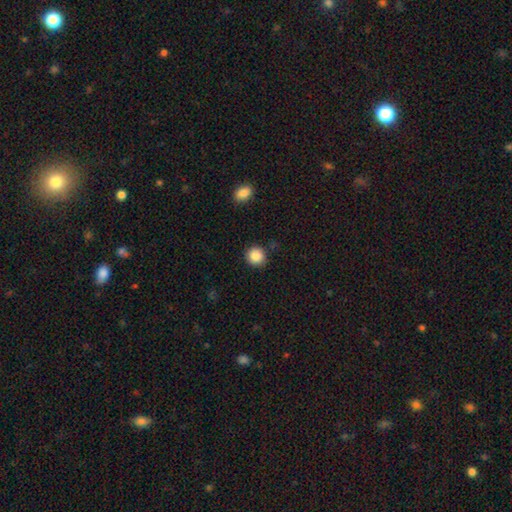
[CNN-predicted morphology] Q: Smooth or featured?
A: smooth (87%); runner-up: star or artifact (9%)
Q: How rounded?
A: round (92%); runner-up: in between (7%)
Q: Merging?
A: none (88%); runner-up: minor disturbance (8%)